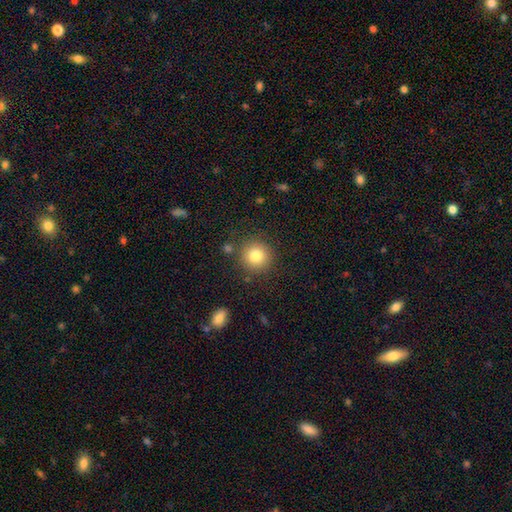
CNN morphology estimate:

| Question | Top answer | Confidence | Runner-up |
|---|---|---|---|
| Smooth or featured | smooth | 82% | star or artifact (11%) |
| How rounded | round | 94% | in between (5%) |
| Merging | none | 86% | minor disturbance (8%) |